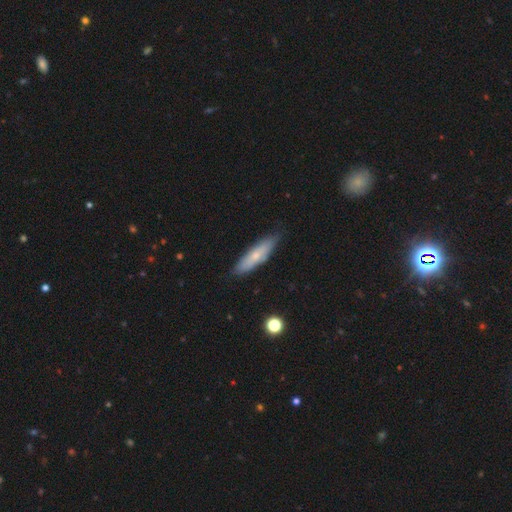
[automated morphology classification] Smooth or featured?
  - smooth: 62% *
  - featured or disk: 32%
  - star or artifact: 6%
How rounded?
  - cigar-shaped: 67% *
  - in between: 31%
  - round: 2%
Merging?
  - none: 81% *
  - minor disturbance: 15%
  - major disturbance: 2%
  - merger: 2%